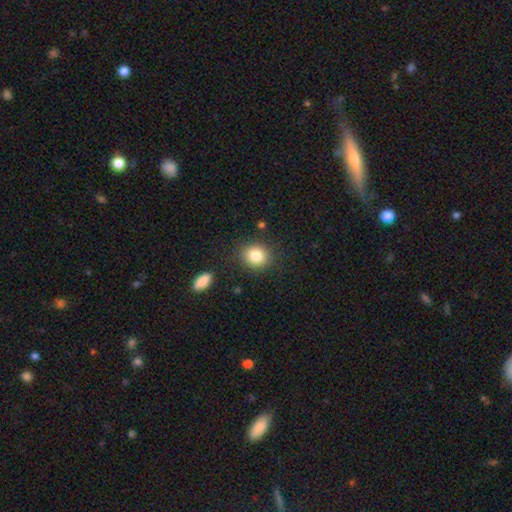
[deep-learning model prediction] smooth-or-featured: smooth: 84% | star or artifact: 9% | featured or disk: 7%
  how-rounded: round: 74% | in between: 25% | cigar-shaped: 1%
  merging: none: 85% | minor disturbance: 9% | major disturbance: 3% | merger: 3%